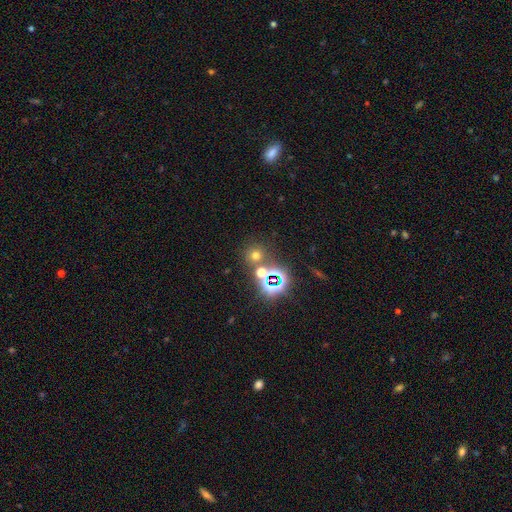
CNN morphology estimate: Smooth or featured? smooth (56%)
How rounded? round (90%)
Merging? none (72%)